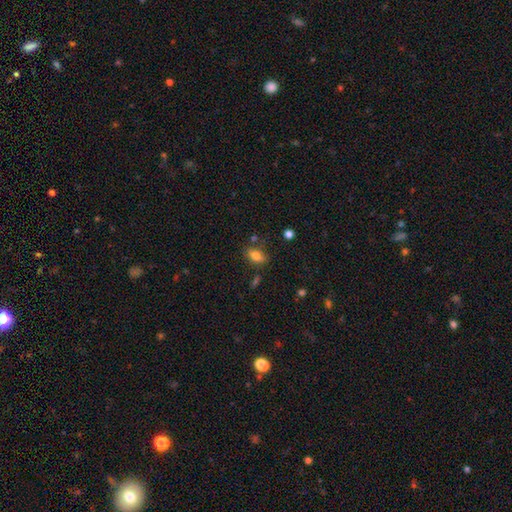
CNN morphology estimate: Smooth or featured? Predicted: smooth (p=0.80). How rounded? Predicted: in between (p=0.86). Merging? Predicted: none (p=0.74).